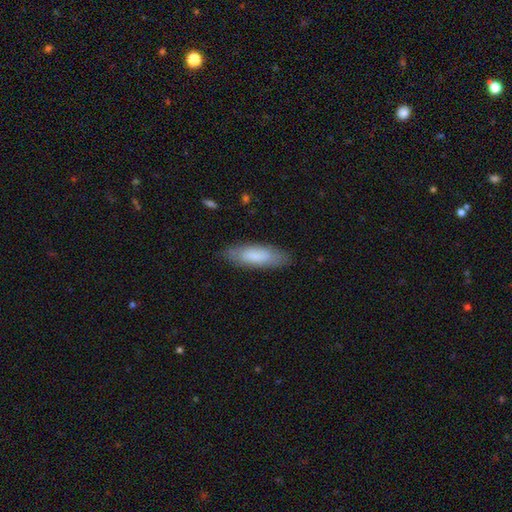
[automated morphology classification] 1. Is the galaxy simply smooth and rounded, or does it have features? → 76% smooth, 18% featured or disk, 6% star or artifact.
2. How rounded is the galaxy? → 54% in between, 44% cigar-shaped, 2% round.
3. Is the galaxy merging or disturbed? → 83% none, 13% minor disturbance, 3% major disturbance, 1% merger.